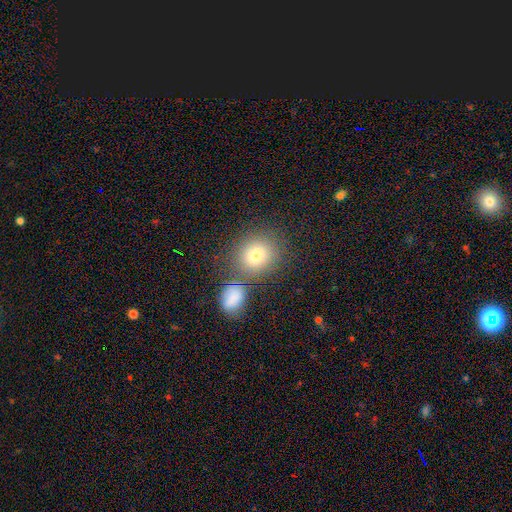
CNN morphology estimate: This appears to be a smooth galaxy with no disk features (78%) that is round (74%). Merging: none (65%).